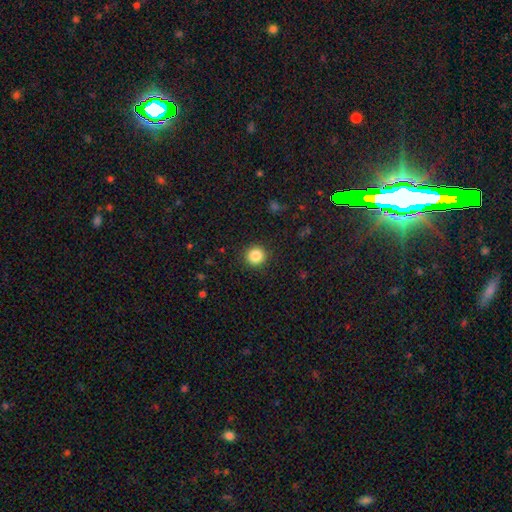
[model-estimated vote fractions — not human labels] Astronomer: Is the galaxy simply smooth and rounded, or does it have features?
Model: smooth — 86%.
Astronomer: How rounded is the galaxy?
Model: round — 94%.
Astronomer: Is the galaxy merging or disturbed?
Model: none — 91%.